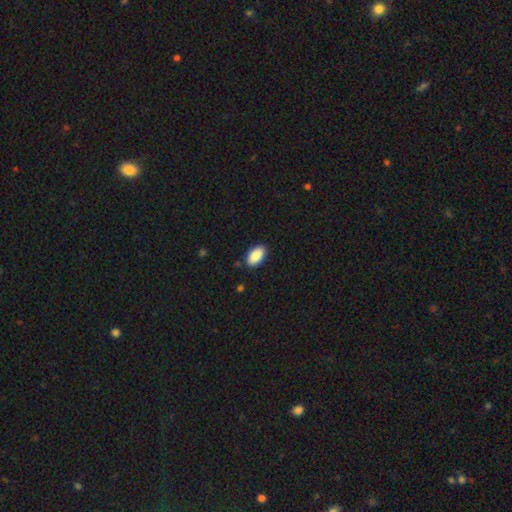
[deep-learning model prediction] smooth_or_featured: smooth (p=0.89) [alt: star or artifact p=0.06]
how_rounded: in between (p=0.95) [alt: round p=0.03]
merging: none (p=0.88) [alt: minor disturbance p=0.09]